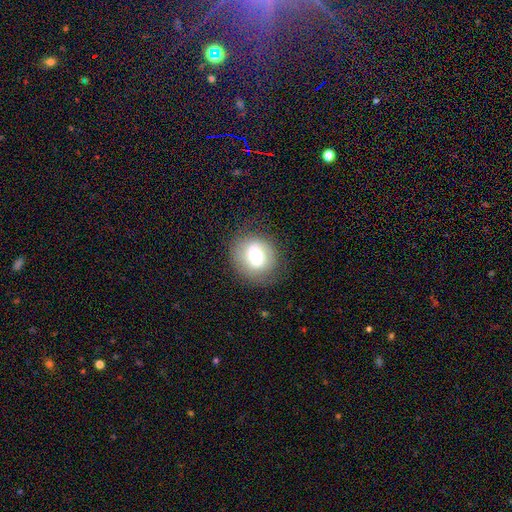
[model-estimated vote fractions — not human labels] A smooth galaxy with no disk features (52%) that is round (78%).

Vote fractions:
- Smooth or featured? smooth: 52% / featured or disk: 39% / star or artifact: 9%
- How rounded? round: 78% / in between: 21% / cigar-shaped: 1%
- Merging? none: 77% / minor disturbance: 15% / major disturbance: 7% / merger: 1%